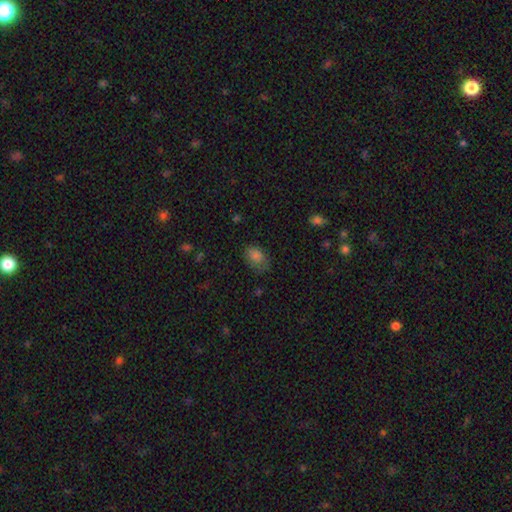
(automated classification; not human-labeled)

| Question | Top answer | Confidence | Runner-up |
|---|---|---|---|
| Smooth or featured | smooth | 82% | star or artifact (11%) |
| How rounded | in between | 82% | round (16%) |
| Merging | none | 64% | minor disturbance (27%) |